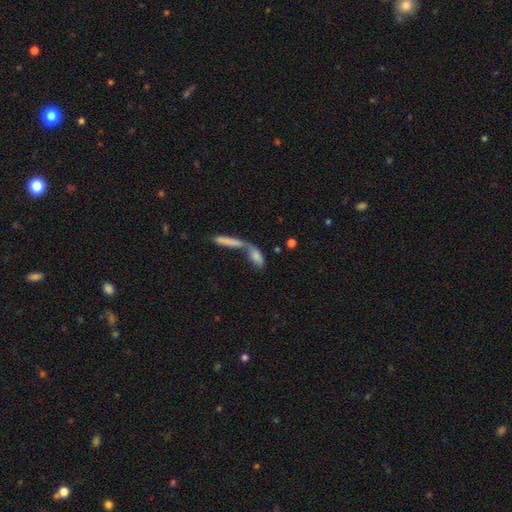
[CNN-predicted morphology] A smooth galaxy with no disk features (70%) that is in between round and cigar-shaped (50%). Merging: merger (62%).